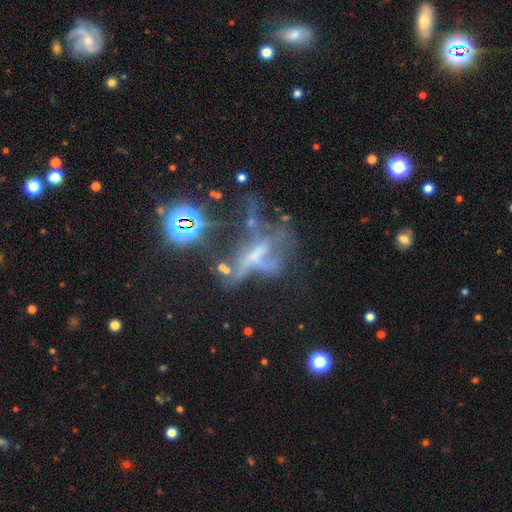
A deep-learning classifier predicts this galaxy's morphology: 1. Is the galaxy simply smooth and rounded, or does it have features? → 48% featured or disk, 34% star or artifact, 18% smooth.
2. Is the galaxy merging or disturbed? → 39% major disturbance, 26% merger, 23% none, 11% minor disturbance.